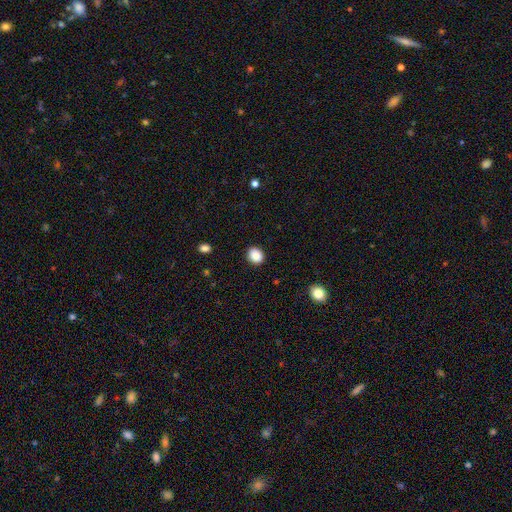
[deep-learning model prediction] Smooth or featured: smooth — 89% (star or artifact — 8%)
How rounded: round — 64% (in between — 35%)
Merging: none — 90% (minor disturbance — 7%)